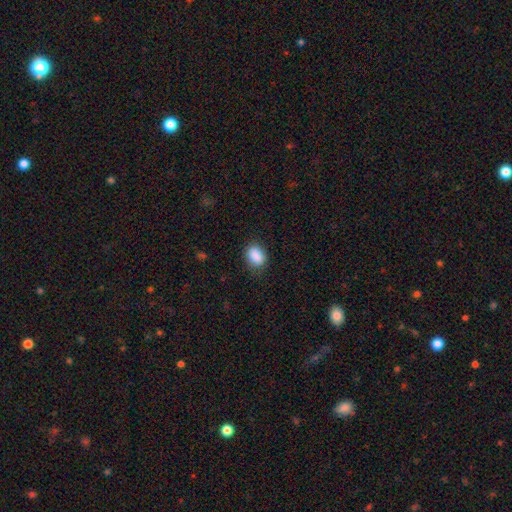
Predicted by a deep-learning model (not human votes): smooth 89%, star or artifact 8%, featured or disk 3%. Down the decision tree: how rounded — in between (75%); merging — none (80%).